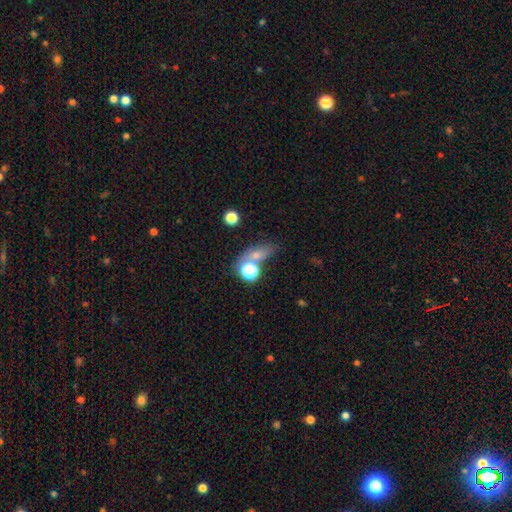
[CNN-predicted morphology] A smooth galaxy with no disk features (59%) that is in between round and cigar-shaped (50%). Merging: none (54%).